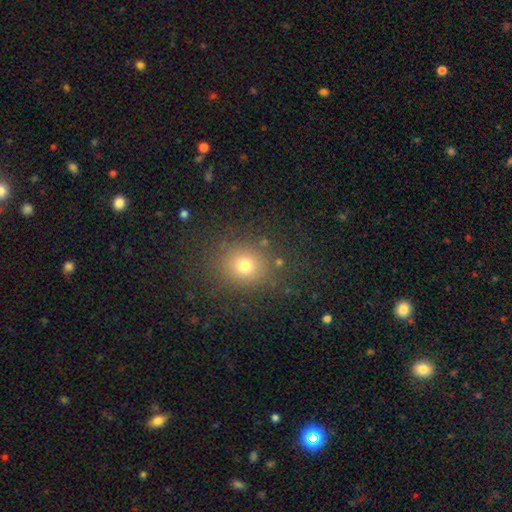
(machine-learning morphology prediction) Q: Smooth or featured?
A: smooth (62%); runner-up: star or artifact (31%)
Q: How rounded?
A: round (80%); runner-up: in between (19%)
Q: Merging?
A: none (88%); runner-up: minor disturbance (7%)